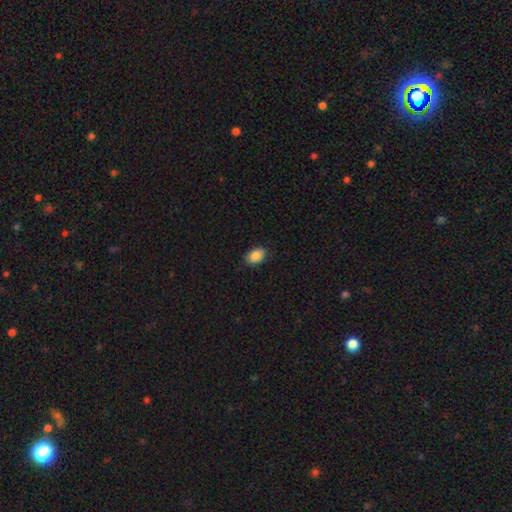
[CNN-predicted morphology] smooth_or_featured: smooth (p=0.87) [alt: star or artifact p=0.08]
how_rounded: in between (p=0.84) [alt: round p=0.14]
merging: none (p=0.87) [alt: minor disturbance p=0.10]